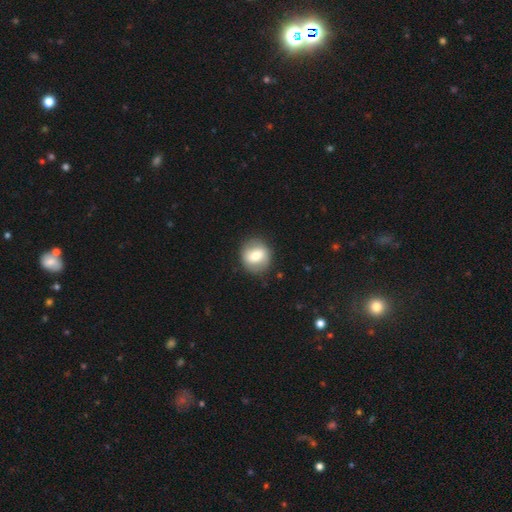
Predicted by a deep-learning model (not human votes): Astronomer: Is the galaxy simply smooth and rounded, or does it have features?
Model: smooth — 66%.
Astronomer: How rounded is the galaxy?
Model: round — 81%.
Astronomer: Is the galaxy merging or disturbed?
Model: none — 84%.